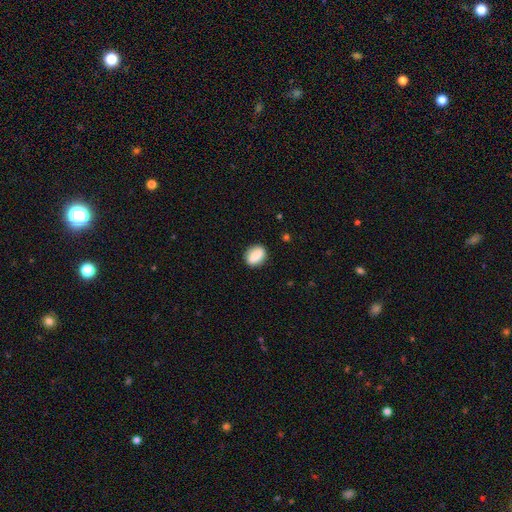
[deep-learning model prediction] A smooth galaxy with no disk features (87%) that is in between round and cigar-shaped (73%).

Vote fractions:
- Smooth or featured? smooth: 87% / star or artifact: 7% / featured or disk: 6%
- How rounded? in between: 73% / round: 24% / cigar-shaped: 3%
- Merging? none: 86% / minor disturbance: 10% / major disturbance: 3% / merger: 1%